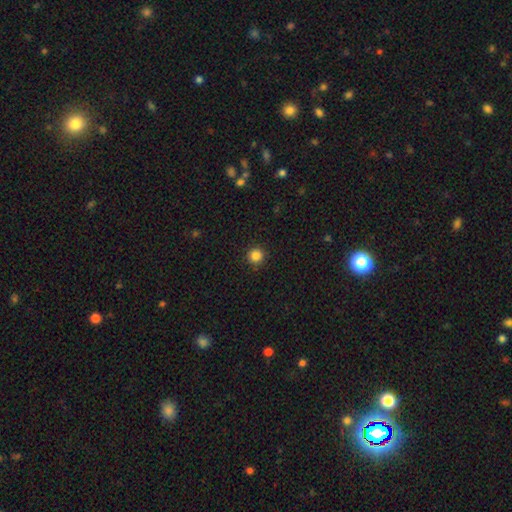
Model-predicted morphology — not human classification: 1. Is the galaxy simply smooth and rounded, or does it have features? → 85% smooth, 12% star or artifact, 3% featured or disk.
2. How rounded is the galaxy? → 95% round, 4% in between, 1% cigar-shaped.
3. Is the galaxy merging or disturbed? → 92% none, 5% minor disturbance, 2% major disturbance, 1% merger.